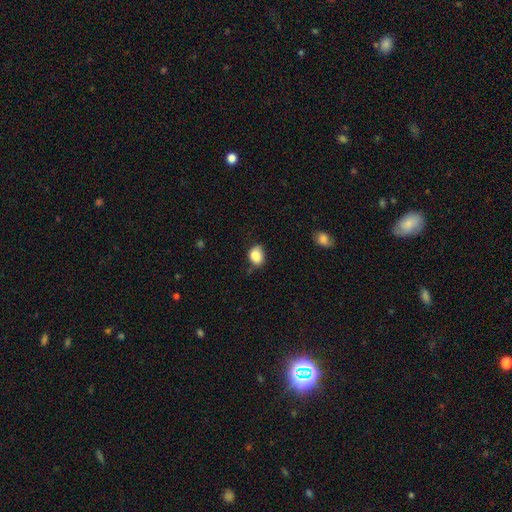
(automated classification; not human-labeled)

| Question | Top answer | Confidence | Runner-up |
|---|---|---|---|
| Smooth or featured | smooth | 86% | star or artifact (8%) |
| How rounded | in between | 60% | round (39%) |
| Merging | none | 60% | minor disturbance (30%) |